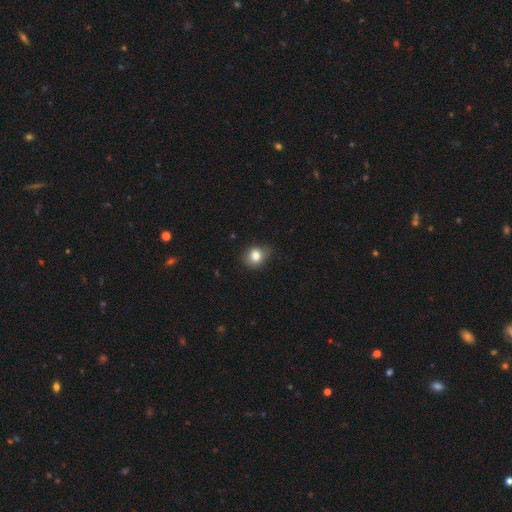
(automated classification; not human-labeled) Smooth or featured: smooth — 81% (star or artifact — 11%)
How rounded: round — 64% (in between — 35%)
Merging: none — 67% (minor disturbance — 26%)